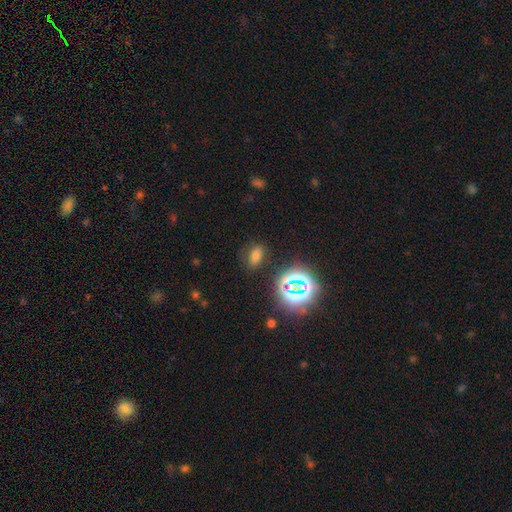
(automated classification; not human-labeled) smooth_or_featured: smooth (p=0.60) [alt: star or artifact p=0.31]
how_rounded: in between (p=0.82) [alt: round p=0.12]
merging: none (p=0.79) [alt: minor disturbance p=0.13]